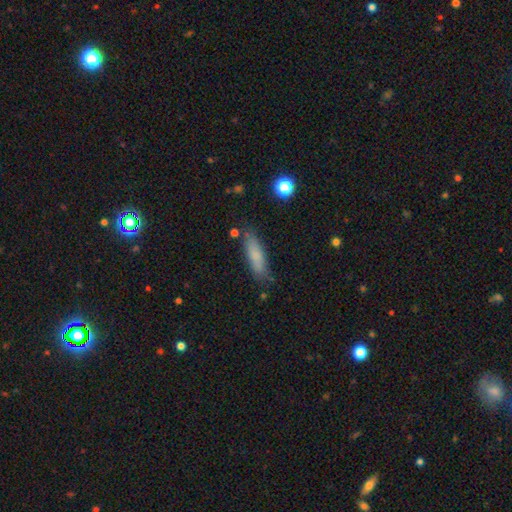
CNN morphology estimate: Smooth or featured?
  - smooth: 79% *
  - featured or disk: 14%
  - star or artifact: 8%
How rounded?
  - cigar-shaped: 65% *
  - in between: 33%
  - round: 2%
Merging?
  - none: 79% *
  - minor disturbance: 15%
  - major disturbance: 3%
  - merger: 3%